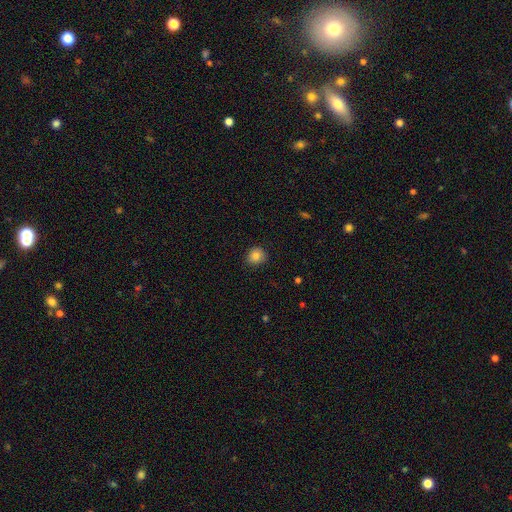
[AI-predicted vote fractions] The model was most divided on "how rounded": round: 85%, in between: 14%, cigar-shaped: 1%. More confident: merging — none (85%); smooth or featured — smooth (83%).